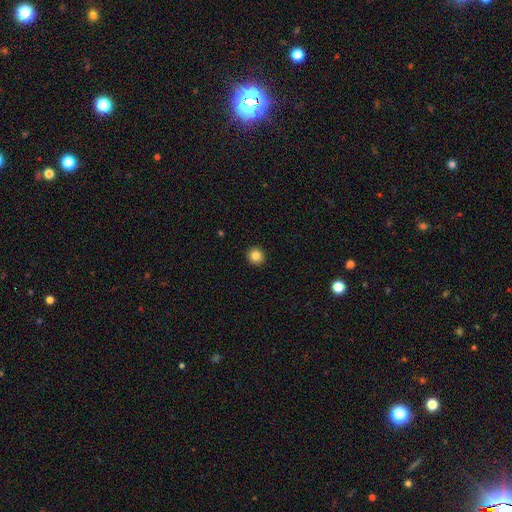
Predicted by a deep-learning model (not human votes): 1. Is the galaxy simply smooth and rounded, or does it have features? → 84% smooth, 11% star or artifact, 6% featured or disk.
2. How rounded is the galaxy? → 92% round, 7% in between, 1% cigar-shaped.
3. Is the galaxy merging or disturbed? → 93% none, 4% minor disturbance, 1% major disturbance, 1% merger.